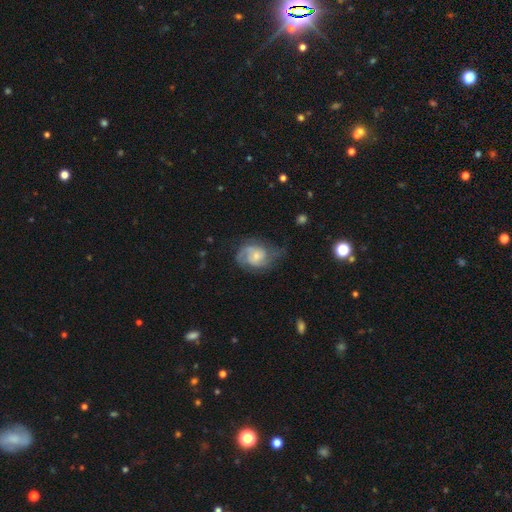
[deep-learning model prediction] Smooth or featured: featured or disk — 65% (smooth — 28%)
Edge-on disk: no — 97% (yes — 3%)
Bar: no — 65% (weak — 30%)
Spiral arms: yes — 86% (no — 14%)
Spiral winding: medium — 44% (tight — 33%)
Spiral arm count: 2 — 48% (can't tell — 26%)
Bulge size: small — 49% (moderate — 37%)
Merging: none — 45% (minor disturbance — 29%)